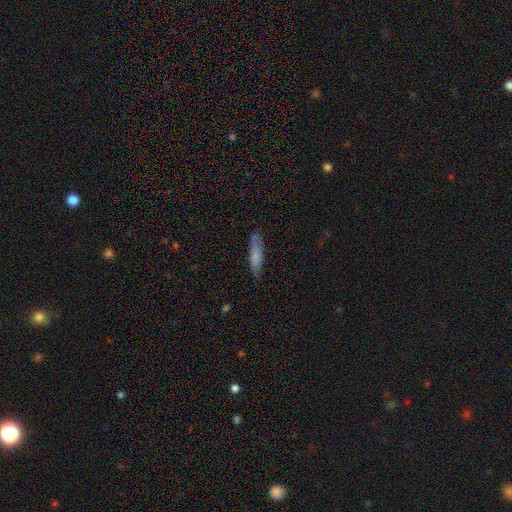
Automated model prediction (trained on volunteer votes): A smooth galaxy with no disk features (69%) that is cigar-shaped (80%). Merging: none (78%).